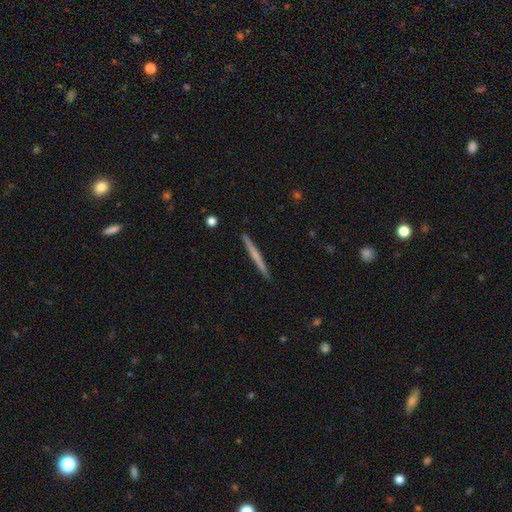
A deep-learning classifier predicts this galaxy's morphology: A smooth galaxy with no disk features (49%). Merging: none (92%).